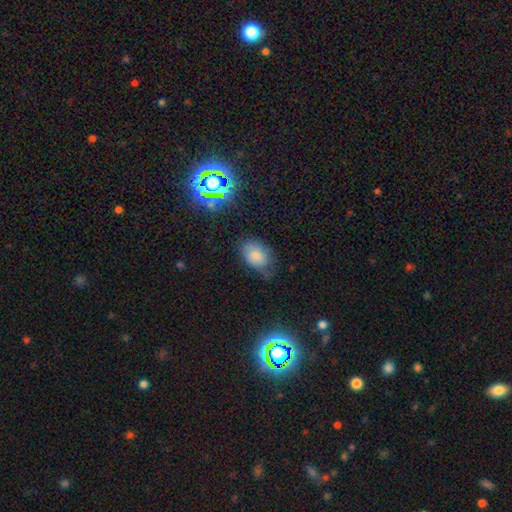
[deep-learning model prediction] smooth_or_featured: smooth (p=0.79) [alt: star or artifact p=0.11]
how_rounded: in between (p=0.82) [alt: round p=0.17]
merging: none (p=0.59) [alt: minor disturbance p=0.30]